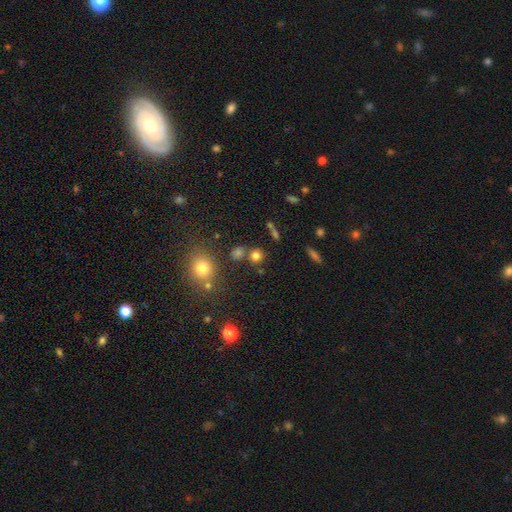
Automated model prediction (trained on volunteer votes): Smooth or featured? Predicted: smooth (p=0.77). How rounded? Predicted: round (p=0.84). Merging? Predicted: none (p=0.72).